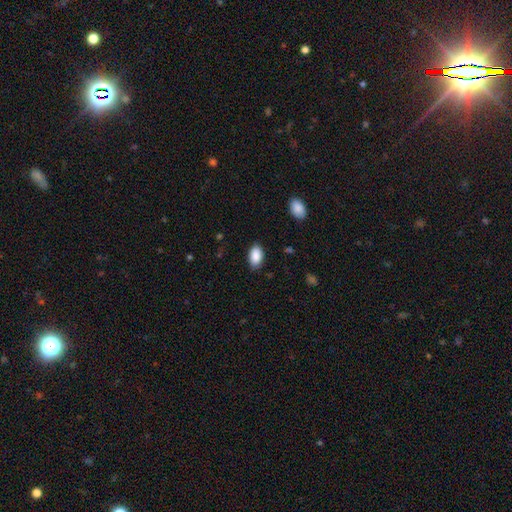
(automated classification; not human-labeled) This appears to be a smooth galaxy with no disk features (89%) that is in between round and cigar-shaped (93%). Merging: none (84%).